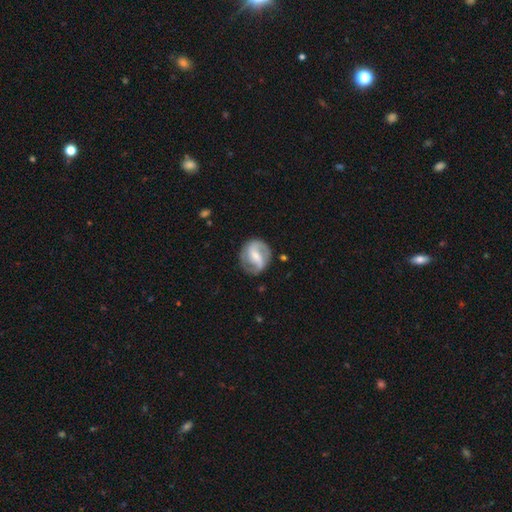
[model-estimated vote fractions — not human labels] Morphology: type=featured or disk (80%); edge-on=no (97%); bar=strong (46%); spiral arms=yes (91%); winding=medium (46%); arm count=2 (87%); bulge=small (50%); merging=none (78%).